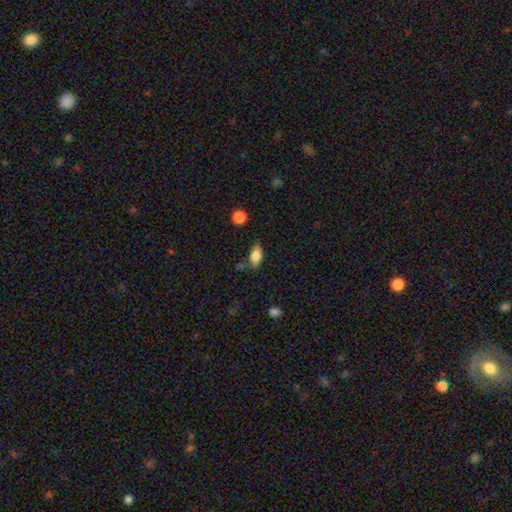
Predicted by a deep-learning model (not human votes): Q: Smooth or featured?
A: smooth (75%); runner-up: featured or disk (16%)
Q: How rounded?
A: in between (84%); runner-up: cigar-shaped (12%)
Q: Merging?
A: none (67%); runner-up: minor disturbance (22%)